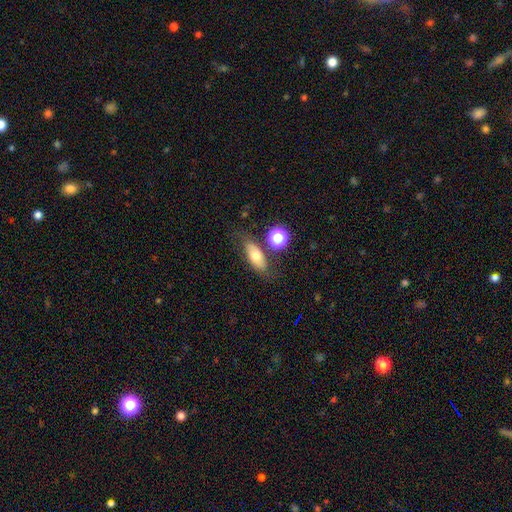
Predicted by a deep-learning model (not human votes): Overall: smooth (64%; featured or disk 25%). How rounded: in between (73%). Merging: none (67%).